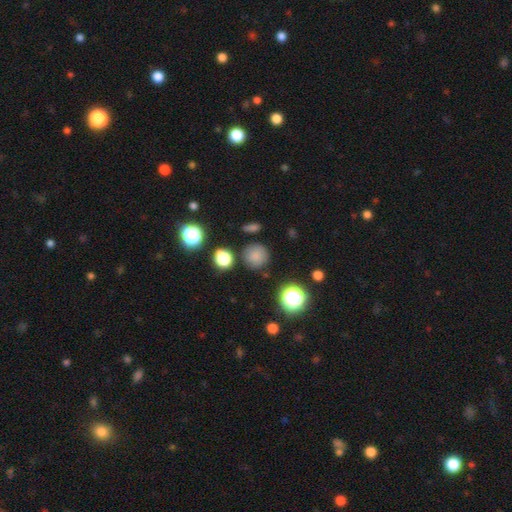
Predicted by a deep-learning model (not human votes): smooth 78%, star or artifact 16%, featured or disk 6%. Down the decision tree: how rounded — round (92%); merging — none (83%).